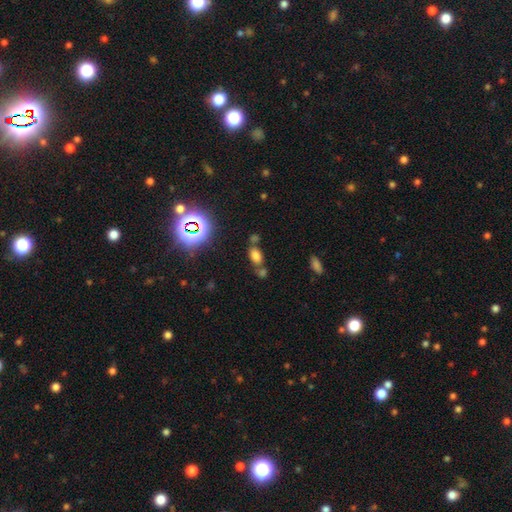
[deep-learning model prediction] Morphology: type=smooth (69%); roundness=in between (87%); merging=none (56%).